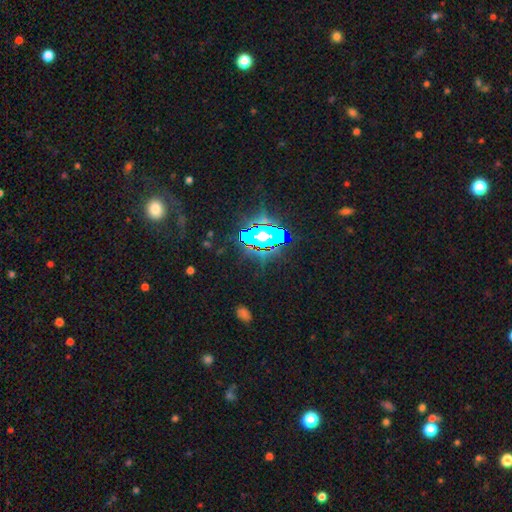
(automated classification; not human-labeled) Q: Smooth or featured?
A: star or artifact (79%); runner-up: smooth (13%)